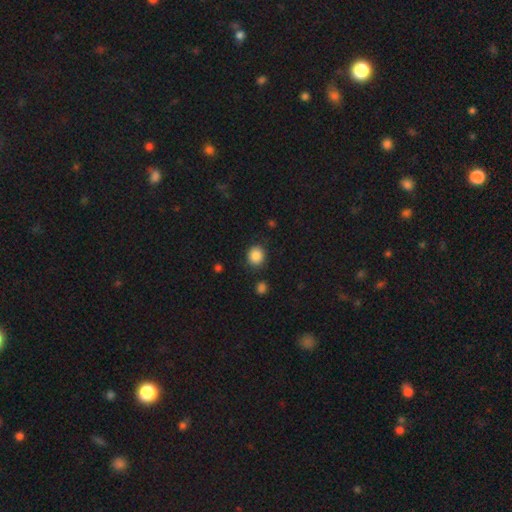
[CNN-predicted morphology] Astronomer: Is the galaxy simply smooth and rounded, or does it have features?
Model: smooth — 87%.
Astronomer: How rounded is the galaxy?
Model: round — 83%.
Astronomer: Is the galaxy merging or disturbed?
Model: none — 86%.